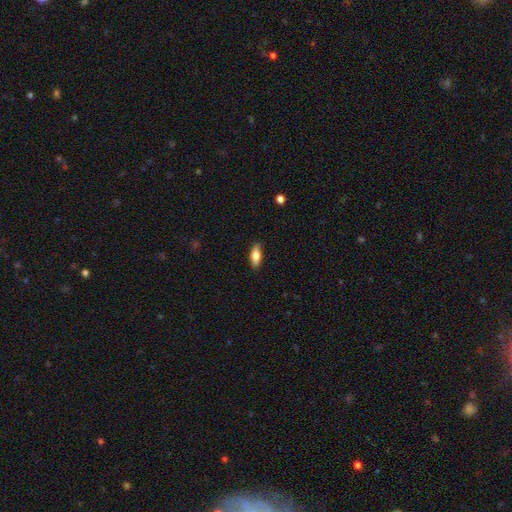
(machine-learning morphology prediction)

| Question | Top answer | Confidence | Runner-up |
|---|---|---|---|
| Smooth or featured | smooth | 75% | featured or disk (19%) |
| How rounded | in between | 72% | cigar-shaped (25%) |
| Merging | none | 86% | minor disturbance (11%) |